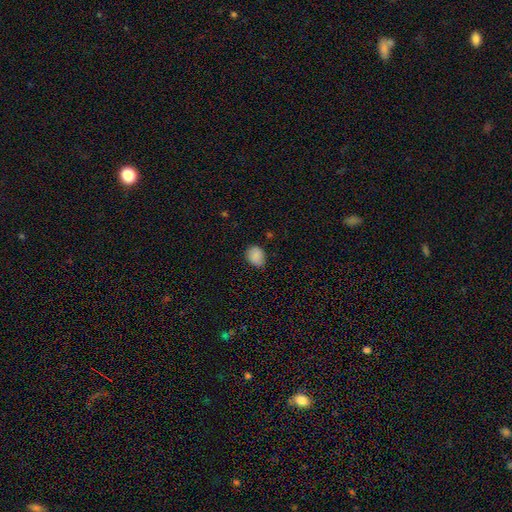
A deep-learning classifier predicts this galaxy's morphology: Smooth or featured?
  - smooth: 86% *
  - star or artifact: 9%
  - featured or disk: 5%
How rounded?
  - round: 55% *
  - in between: 44%
  - cigar-shaped: 1%
Merging?
  - none: 72% *
  - minor disturbance: 23%
  - major disturbance: 4%
  - merger: 1%